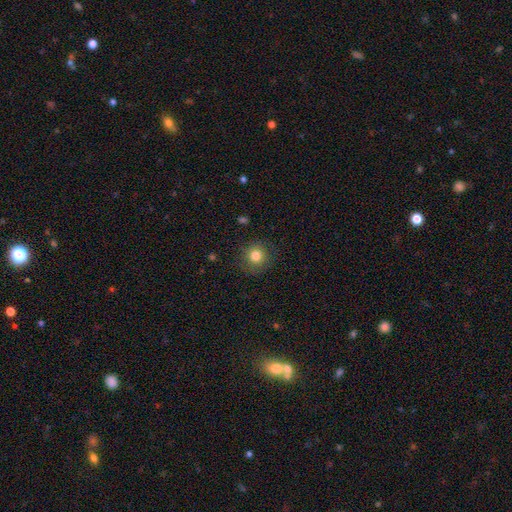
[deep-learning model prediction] The model was most divided on "smooth or featured": smooth: 81%, star or artifact: 12%, featured or disk: 8%. More confident: how rounded — round (92%); merging — none (87%).